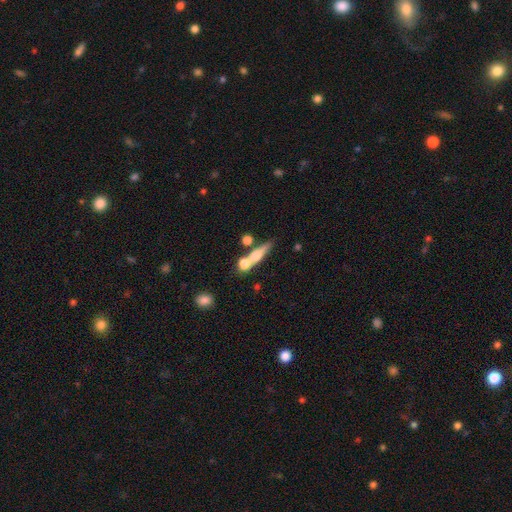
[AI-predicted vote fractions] Smooth or featured?
  - smooth: 57% *
  - featured or disk: 33%
  - star or artifact: 10%
How rounded?
  - cigar-shaped: 55% *
  - in between: 26%
  - round: 19%
Merging?
  - none: 44% *
  - merger: 34%
  - minor disturbance: 13%
  - major disturbance: 9%